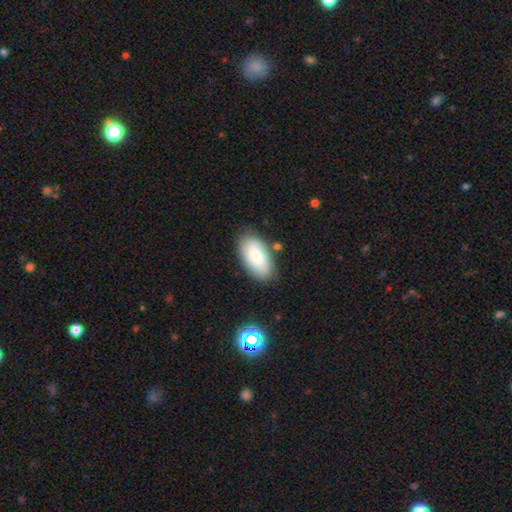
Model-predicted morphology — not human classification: A smooth galaxy with no disk features (72%) that is in between round and cigar-shaped (94%). Merging: none (79%).